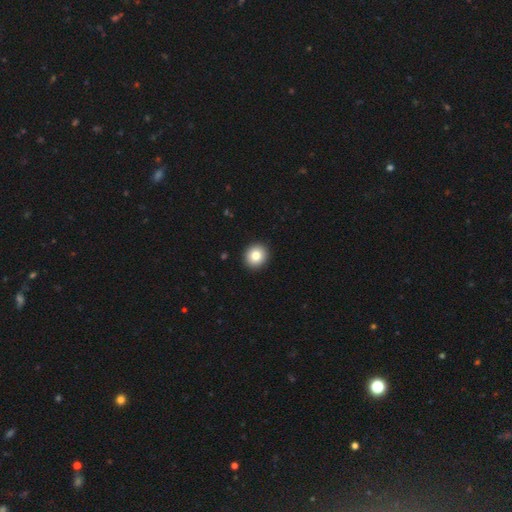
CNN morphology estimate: Q: Smooth or featured?
A: smooth (83%); runner-up: star or artifact (9%)
Q: How rounded?
A: round (88%); runner-up: in between (12%)
Q: Merging?
A: none (93%); runner-up: minor disturbance (4%)